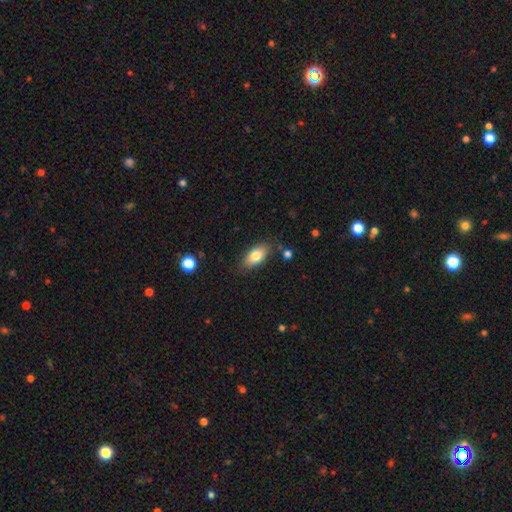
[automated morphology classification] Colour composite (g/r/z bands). It shows a smooth galaxy with no disk features (80%) that is in between round and cigar-shaped (89%). Merging: none (83%).